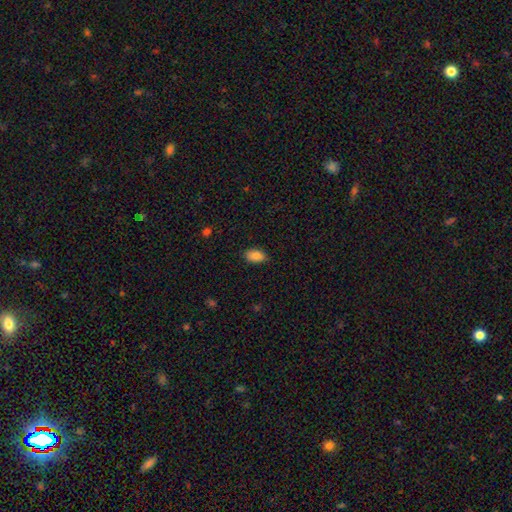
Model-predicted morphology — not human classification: This is clearly a smooth galaxy (86%). How rounded: clearly in between (92%). Merging: clearly none (83%).